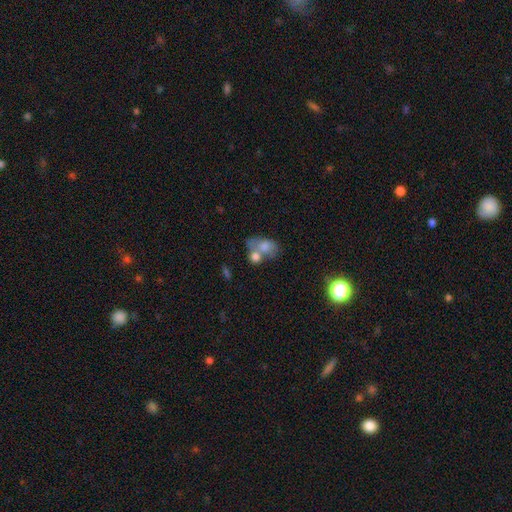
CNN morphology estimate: Q: Smooth or featured?
A: smooth (71%); runner-up: featured or disk (19%)
Q: How rounded?
A: in between (65%); runner-up: round (32%)
Q: Merging?
A: merger (54%); runner-up: none (27%)